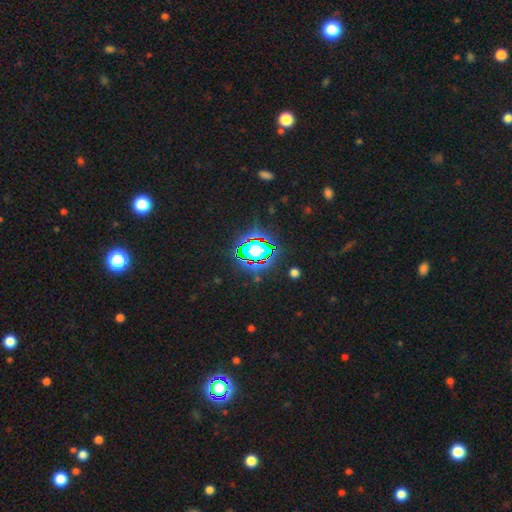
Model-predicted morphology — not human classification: The model was most divided on "smooth or featured": star or artifact: 81%, smooth: 12%, featured or disk: 7%.